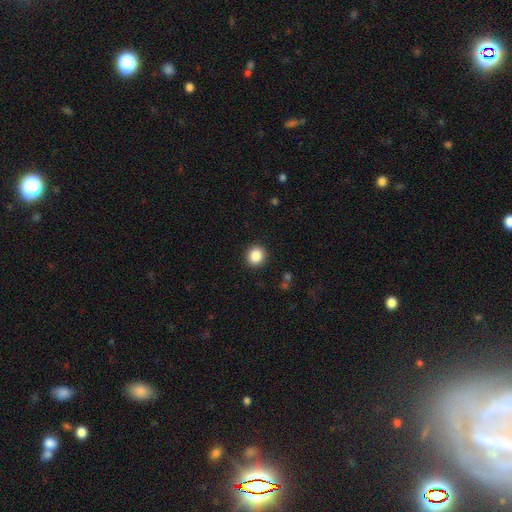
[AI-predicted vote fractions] Smooth or featured?
  - smooth: 86% *
  - star or artifact: 10%
  - featured or disk: 4%
How rounded?
  - round: 88% *
  - in between: 11%
  - cigar-shaped: 1%
Merging?
  - none: 91% *
  - minor disturbance: 5%
  - major disturbance: 2%
  - merger: 1%